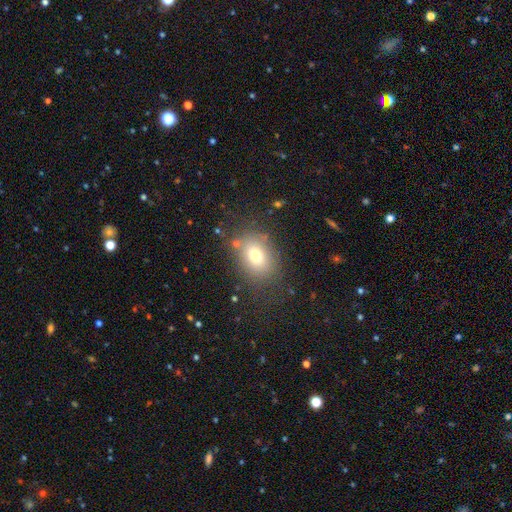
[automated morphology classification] This is likely a smooth galaxy (75%). How rounded: likely in between (69%). Merging: likely none (76%).